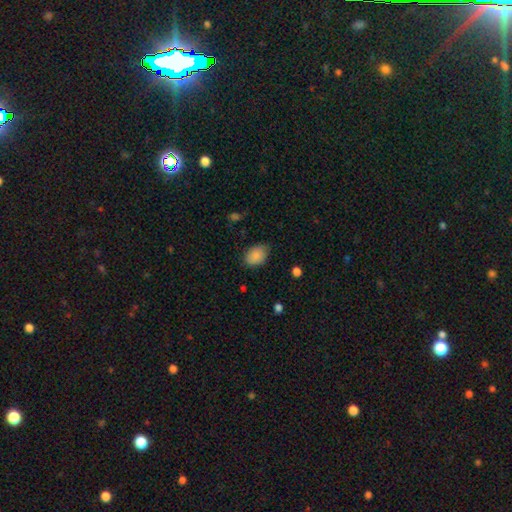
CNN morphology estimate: Smooth or featured: smooth — 88% (star or artifact — 7%)
How rounded: in between — 78% (round — 21%)
Merging: none — 77% (minor disturbance — 18%)